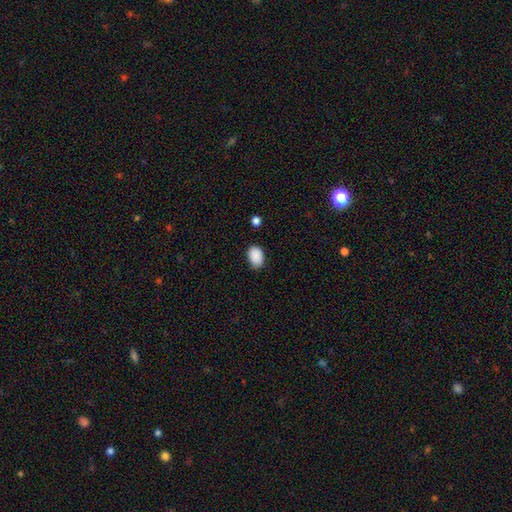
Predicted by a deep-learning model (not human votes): Smooth or featured?
  - smooth: 90% *
  - star or artifact: 7%
  - featured or disk: 3%
How rounded?
  - in between: 84% *
  - round: 15%
  - cigar-shaped: 1%
Merging?
  - none: 80% *
  - minor disturbance: 15%
  - major disturbance: 3%
  - merger: 2%